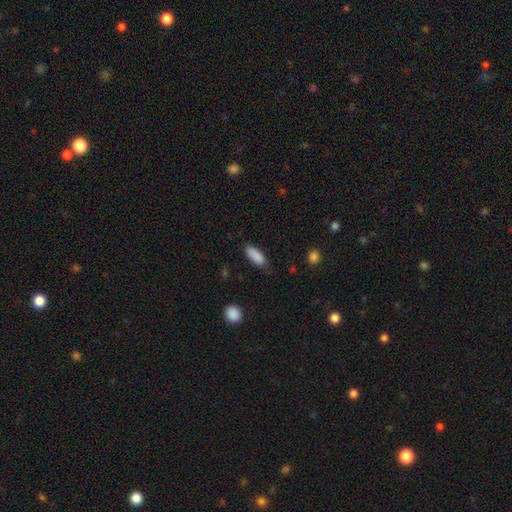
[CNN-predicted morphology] smooth_or_featured: smooth (p=0.88) [alt: star or artifact p=0.07]
how_rounded: in between (p=0.78) [alt: cigar-shaped p=0.20]
merging: none (p=0.69) [alt: minor disturbance p=0.25]